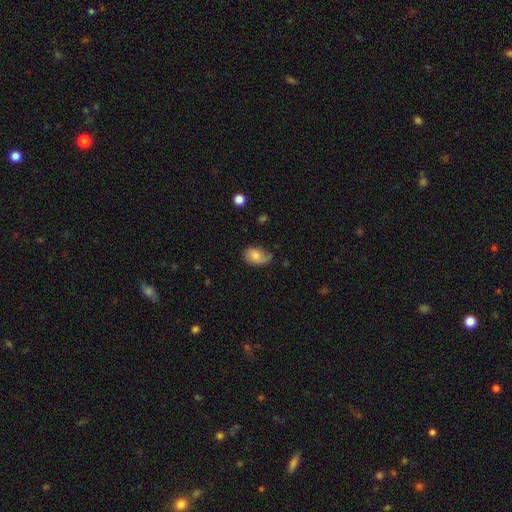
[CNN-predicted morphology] type=smooth (71%); roundness=in between (82%); merging=none (50%).